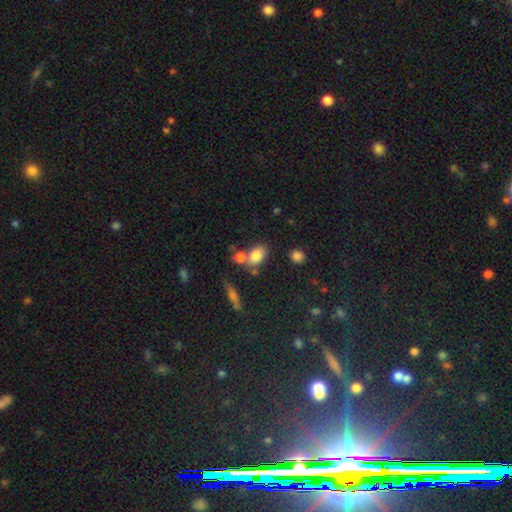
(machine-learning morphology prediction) A smooth galaxy with no disk features (79%) that is in between round and cigar-shaped (78%). Merging: none (51%).